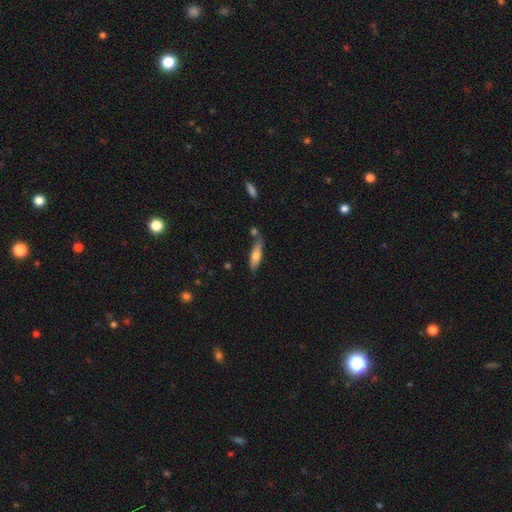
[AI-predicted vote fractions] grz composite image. It shows a smooth galaxy with no disk features (67%) that is cigar-shaped (62%). Merging: none (66%).